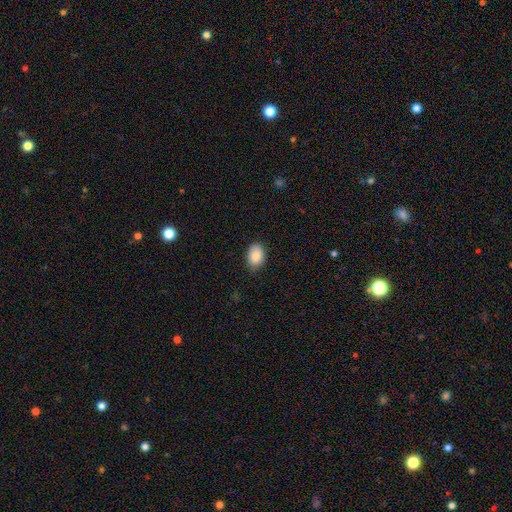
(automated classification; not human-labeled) smooth-or-featured: smooth: 89% | star or artifact: 7% | featured or disk: 4%
  how-rounded: in between: 84% | round: 15% | cigar-shaped: 1%
  merging: none: 83% | minor disturbance: 13% | major disturbance: 2% | merger: 1%